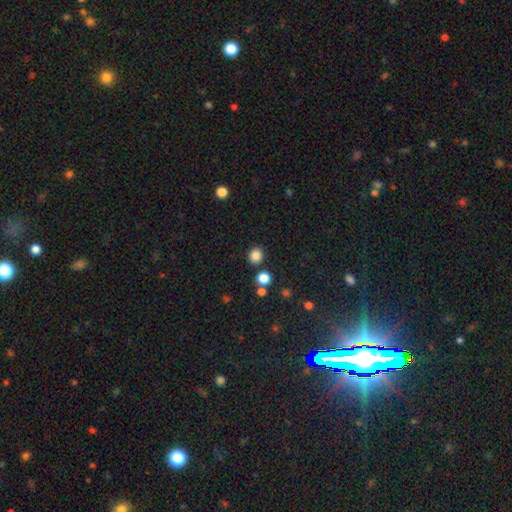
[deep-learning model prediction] The model was most divided on "how rounded": round: 80%, in between: 19%, cigar-shaped: 1%. More confident: merging — none (86%); smooth or featured — smooth (84%).